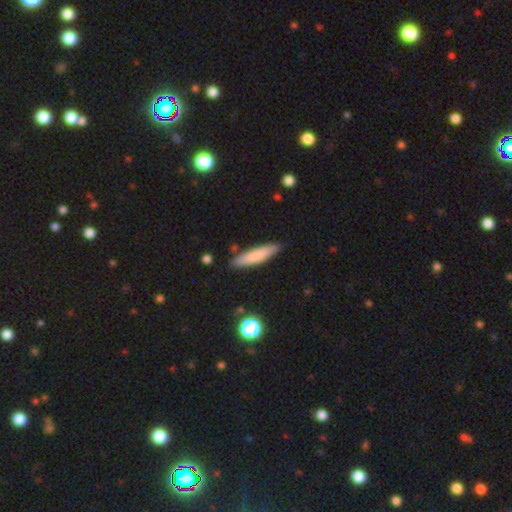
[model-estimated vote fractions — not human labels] Smooth or featured? smooth (77%)
How rounded? cigar-shaped (83%)
Merging? none (86%)